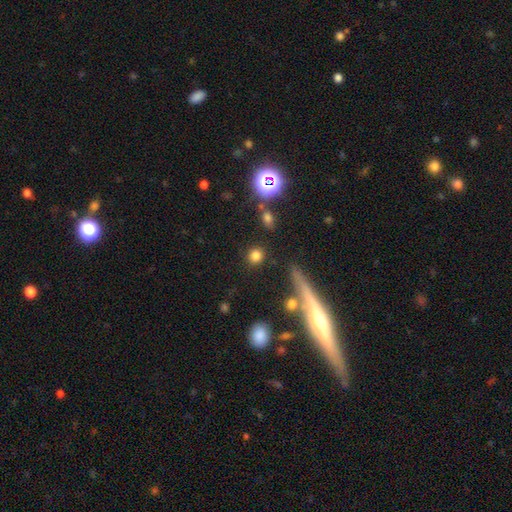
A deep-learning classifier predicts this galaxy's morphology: Q: Smooth or featured?
A: smooth (79%); runner-up: star or artifact (13%)
Q: How rounded?
A: round (84%); runner-up: in between (14%)
Q: Merging?
A: none (85%); runner-up: minor disturbance (7%)